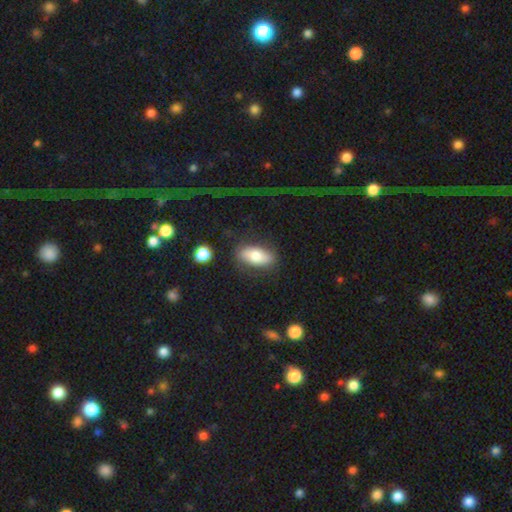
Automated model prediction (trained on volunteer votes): A smooth galaxy with no disk features (72%) that is in between round and cigar-shaped (88%).

Vote fractions:
- Smooth or featured? smooth: 72% / featured or disk: 22% / star or artifact: 7%
- How rounded? in between: 88% / cigar-shaped: 8% / round: 4%
- Merging? none: 75% / minor disturbance: 14% / major disturbance: 7% / merger: 3%